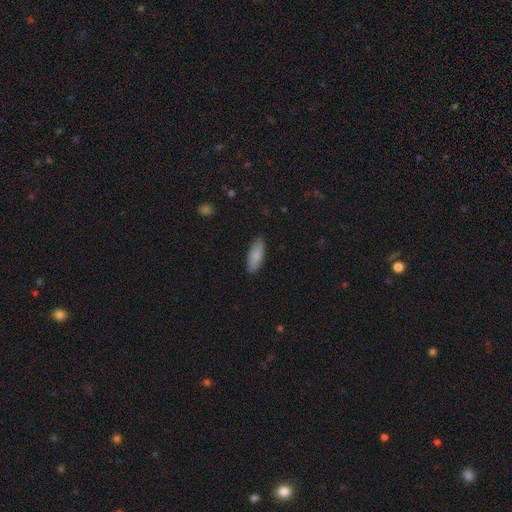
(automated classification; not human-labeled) smooth_or_featured: smooth (p=0.86) [alt: featured or disk p=0.08]
how_rounded: in between (p=0.69) [alt: cigar-shaped p=0.29]
merging: none (p=0.88) [alt: minor disturbance p=0.09]